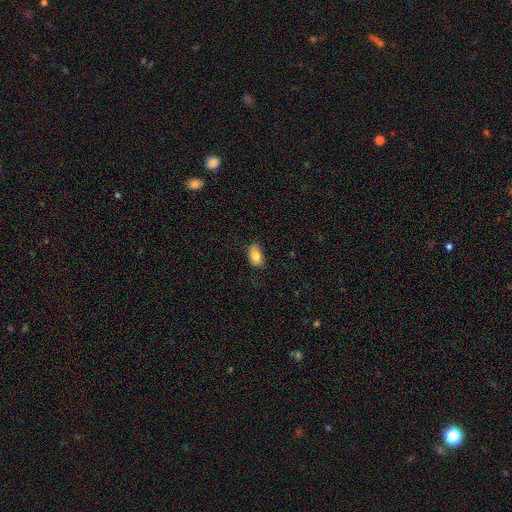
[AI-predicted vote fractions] Smooth or featured: smooth — 82% (featured or disk — 10%)
How rounded: in between — 90% (round — 7%)
Merging: none — 76% (minor disturbance — 19%)